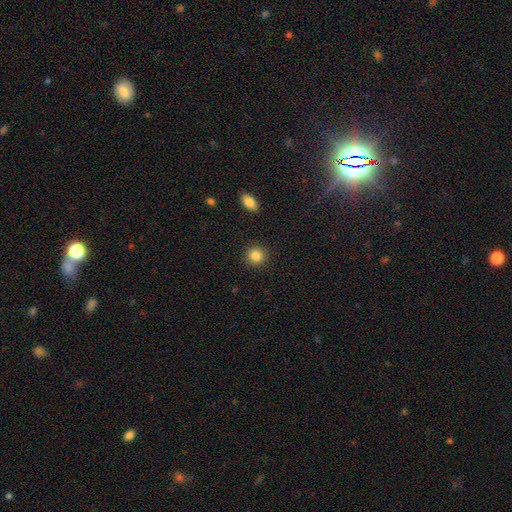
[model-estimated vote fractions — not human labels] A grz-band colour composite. It shows a smooth galaxy with no disk features (85%) that is round (91%). Merging: none (91%).